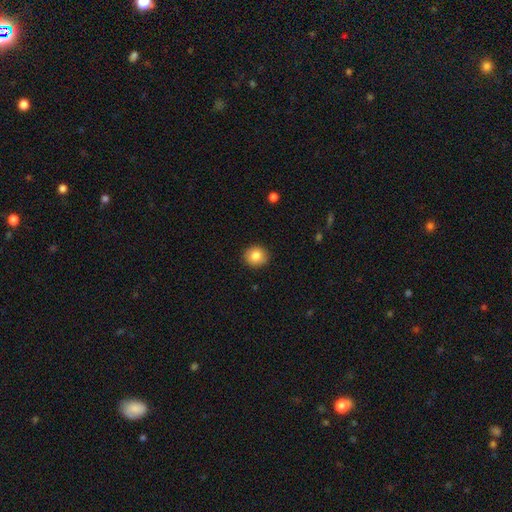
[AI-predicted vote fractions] A smooth galaxy with no disk features (84%) that is round (86%).

Vote fractions:
- Smooth or featured? smooth: 84% / star or artifact: 9% / featured or disk: 7%
- How rounded? round: 86% / in between: 13% / cigar-shaped: 1%
- Merging? none: 89% / minor disturbance: 8% / major disturbance: 2% / merger: 1%